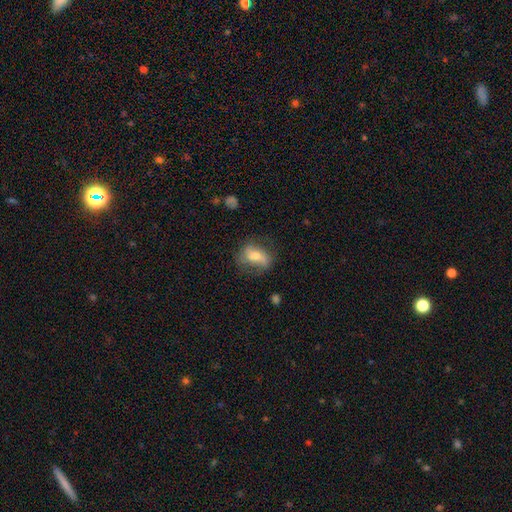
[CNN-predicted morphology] This appears to be a smooth galaxy with no disk features (52%) that is in between round and cigar-shaped (75%). Merging: none (60%).